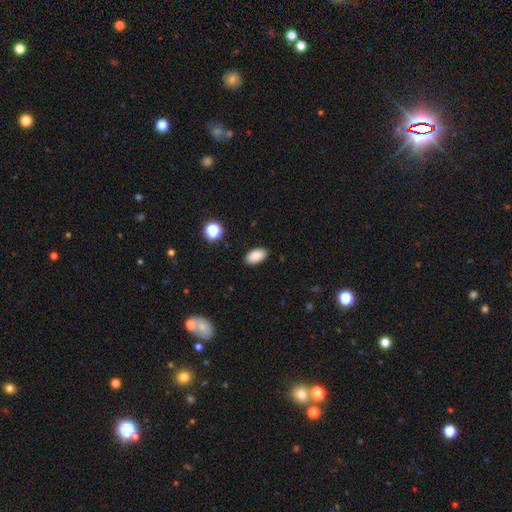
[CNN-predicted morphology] Smooth or featured: smooth — 87% (star or artifact — 9%)
How rounded: in between — 93% (round — 5%)
Merging: none — 89% (minor disturbance — 8%)